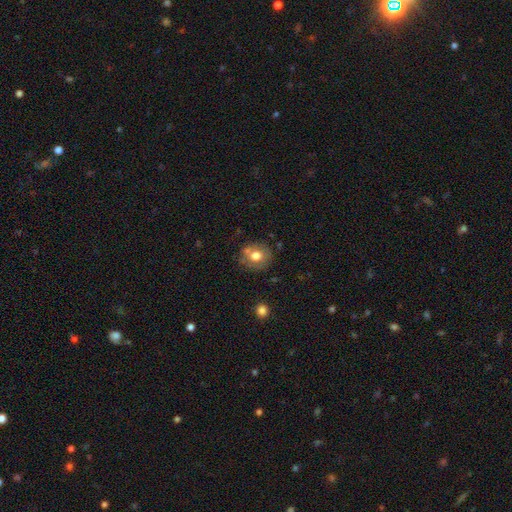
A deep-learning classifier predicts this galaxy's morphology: Smooth or featured?
  - smooth: 69% *
  - featured or disk: 22%
  - star or artifact: 9%
How rounded?
  - round: 79% *
  - in between: 20%
  - cigar-shaped: 1%
Merging?
  - none: 69% *
  - minor disturbance: 16%
  - merger: 9%
  - major disturbance: 5%